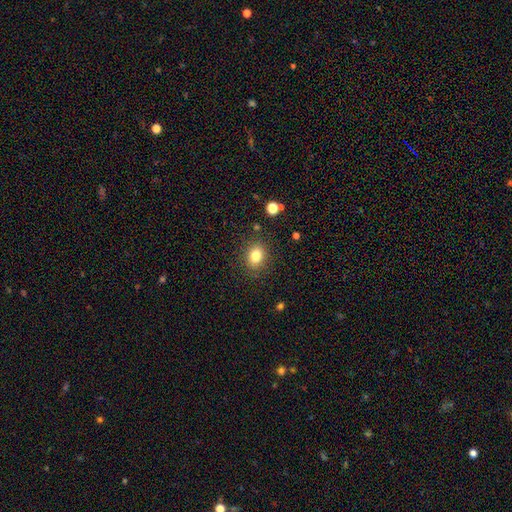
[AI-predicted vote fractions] The model was most divided on "how rounded": in between: 56%, round: 43%, cigar-shaped: 1%. More confident: merging — none (85%); smooth or featured — smooth (82%).